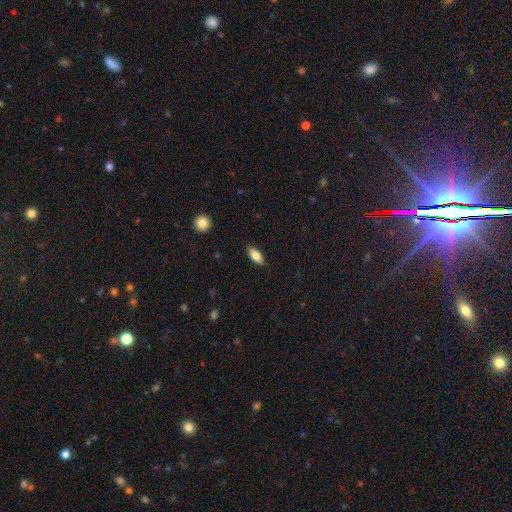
A smooth galaxy with no disk features (85%) that is in between round and cigar-shaped (88%). Merging: none (92%).